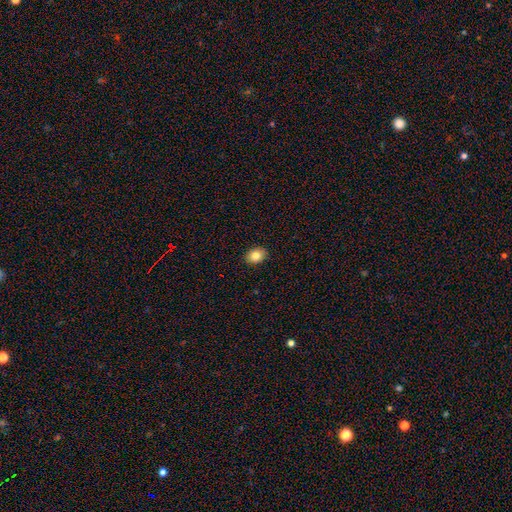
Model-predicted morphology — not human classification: Overall: smooth (83%). How rounded: in between (66%; round 33%). Merging: none (91%).